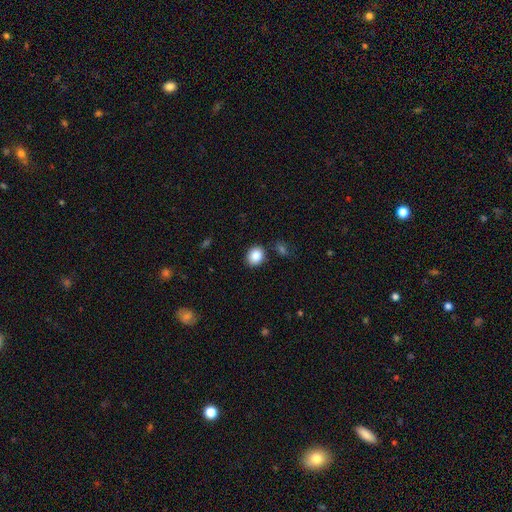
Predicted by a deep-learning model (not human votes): This appears to be a smooth galaxy with no disk features (87%) that is round (58%). Merging: none (83%).